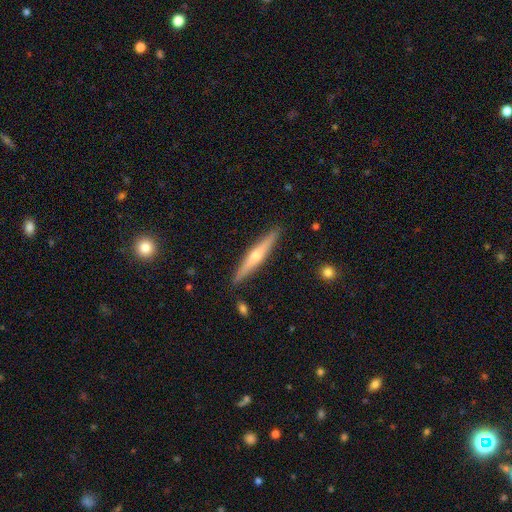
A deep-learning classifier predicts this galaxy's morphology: featured or disk 62%, smooth 32%, star or artifact 6%. Down the decision tree: edge-on disk — yes (97%); edge-on bulge — rounded (85%); merging — none (90%).